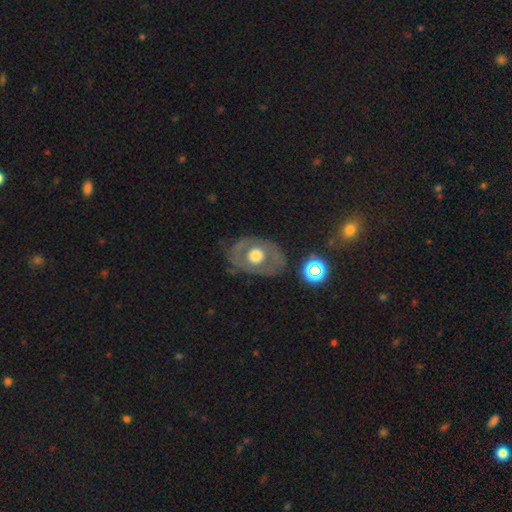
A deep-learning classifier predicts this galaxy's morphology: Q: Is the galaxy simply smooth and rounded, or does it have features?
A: featured or disk — 55%.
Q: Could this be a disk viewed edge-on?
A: no — 93%.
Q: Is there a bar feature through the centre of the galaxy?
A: no — 90%.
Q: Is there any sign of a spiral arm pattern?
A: no — 82%.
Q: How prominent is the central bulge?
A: large — 46%.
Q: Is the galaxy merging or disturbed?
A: none — 75%.